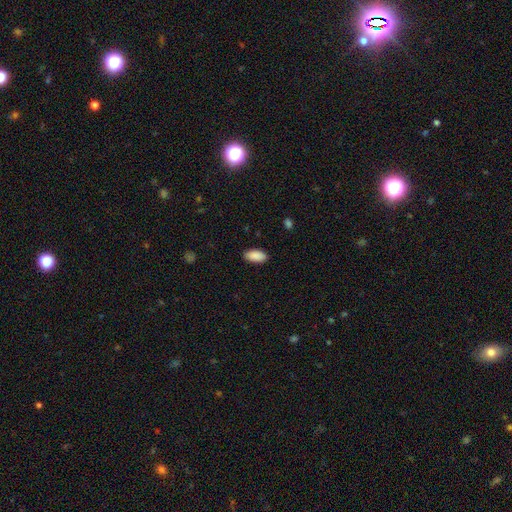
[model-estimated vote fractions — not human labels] Q: Smooth or featured?
A: smooth (91%); runner-up: star or artifact (6%)
Q: How rounded?
A: in between (92%); runner-up: cigar-shaped (6%)
Q: Merging?
A: none (89%); runner-up: minor disturbance (8%)